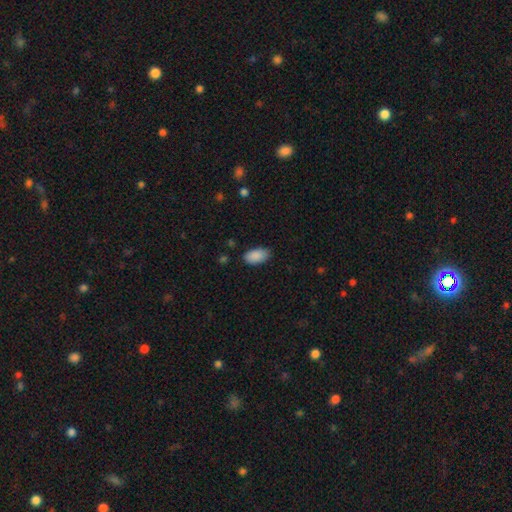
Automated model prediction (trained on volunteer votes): Morphology: type=smooth (90%); roundness=in between (95%); merging=none (83%).